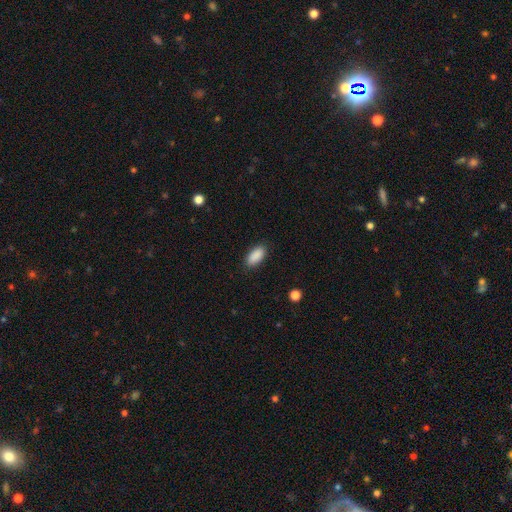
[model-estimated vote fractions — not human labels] smooth 90%, star or artifact 7%, featured or disk 3%. Down the decision tree: how rounded — in between (90%); merging — none (88%).